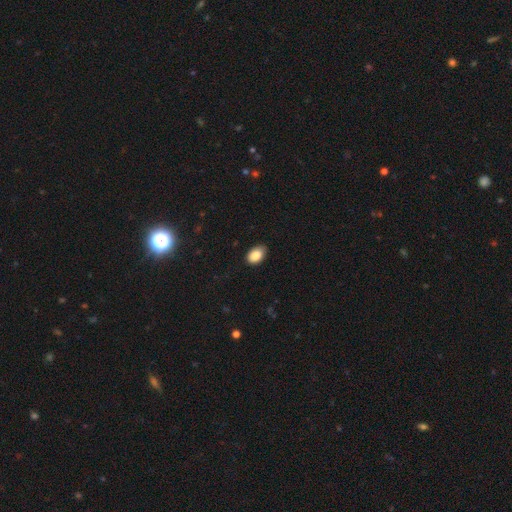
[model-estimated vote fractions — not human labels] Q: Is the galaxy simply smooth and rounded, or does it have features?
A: smooth — 87%.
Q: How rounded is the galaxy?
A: in between — 88%.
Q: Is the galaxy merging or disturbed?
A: none — 81%.